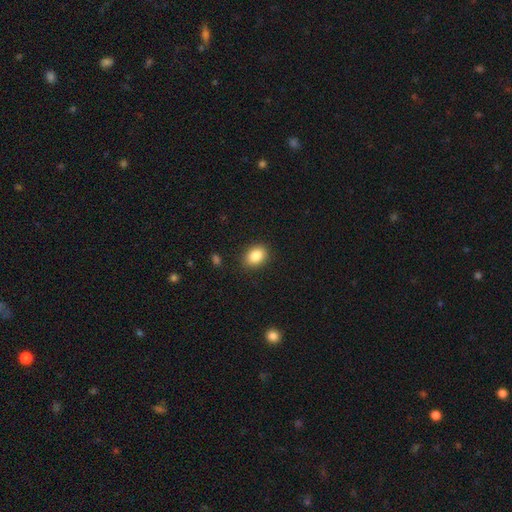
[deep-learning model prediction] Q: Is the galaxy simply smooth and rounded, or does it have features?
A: smooth — 86%.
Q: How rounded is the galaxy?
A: in between — 72%.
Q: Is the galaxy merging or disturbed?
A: none — 87%.